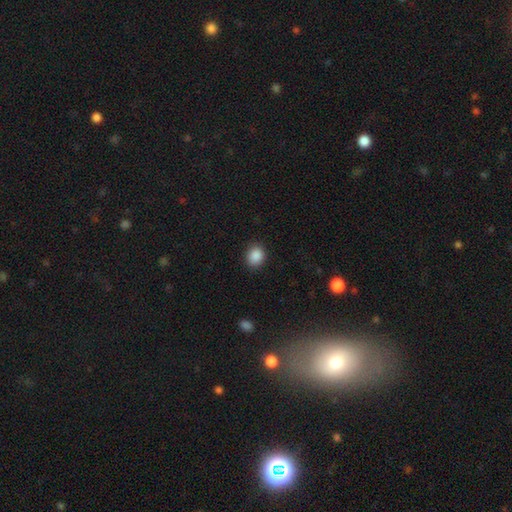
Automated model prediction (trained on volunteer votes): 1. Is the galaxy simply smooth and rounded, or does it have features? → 88% smooth, 9% star or artifact, 3% featured or disk.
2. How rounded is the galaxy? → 66% round, 33% in between, 1% cigar-shaped.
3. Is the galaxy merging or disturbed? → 89% none, 8% minor disturbance, 2% major disturbance, 1% merger.